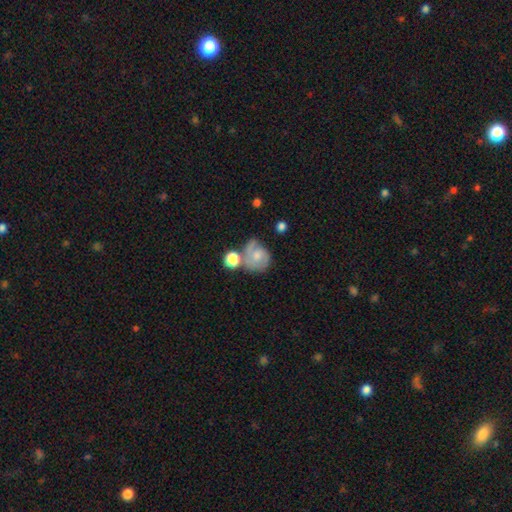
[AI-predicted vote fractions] smooth-or-featured: featured or disk: 49% | smooth: 42% | star or artifact: 9%
  merging: none: 38% | minor disturbance: 24% | merger: 22% | major disturbance: 17%